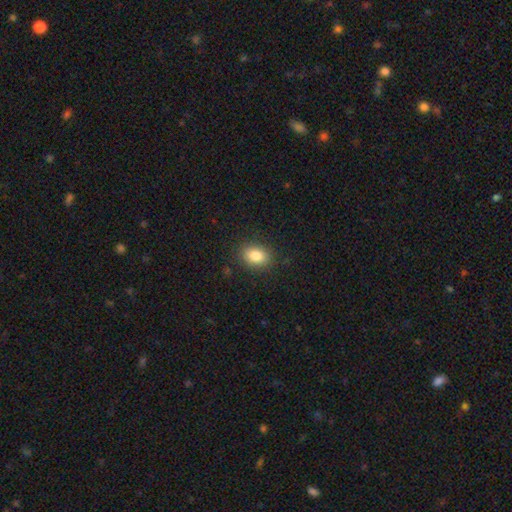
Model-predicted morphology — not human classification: This appears to be a smooth galaxy with no disk features (83%) that is in between round and cigar-shaped (71%). Merging: none (87%).